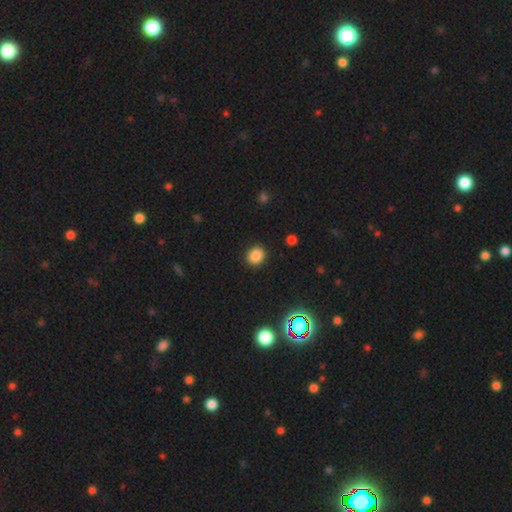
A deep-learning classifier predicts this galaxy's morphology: Smooth or featured? Predicted: smooth (p=0.83). How rounded? Predicted: round (p=0.75). Merging? Predicted: none (p=0.90).